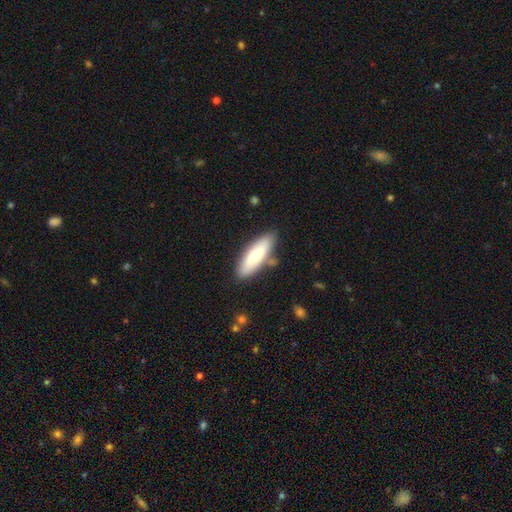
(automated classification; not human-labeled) smooth 66%, featured or disk 29%, star or artifact 5%. Down the decision tree: how rounded — in between (55%); merging — none (80%).